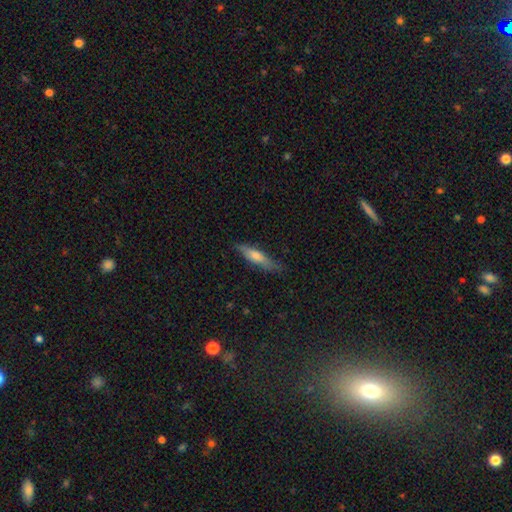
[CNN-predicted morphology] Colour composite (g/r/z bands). It shows a smooth galaxy with no disk features (55%) that is cigar-shaped (81%). Merging: none (82%).